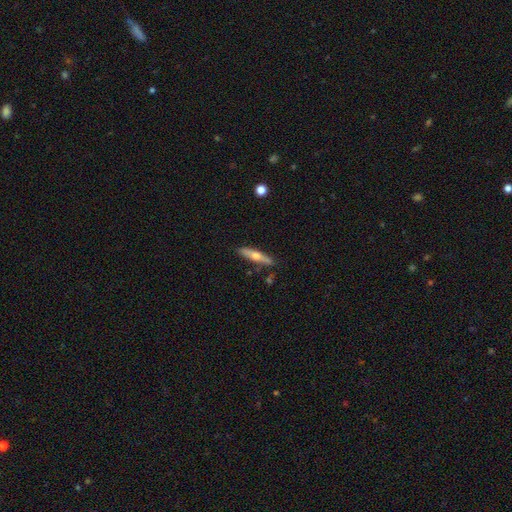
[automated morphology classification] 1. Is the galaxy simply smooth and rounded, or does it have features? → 49% featured or disk, 45% smooth, 6% star or artifact.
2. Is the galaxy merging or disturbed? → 83% none, 11% minor disturbance, 3% merger, 2% major disturbance.